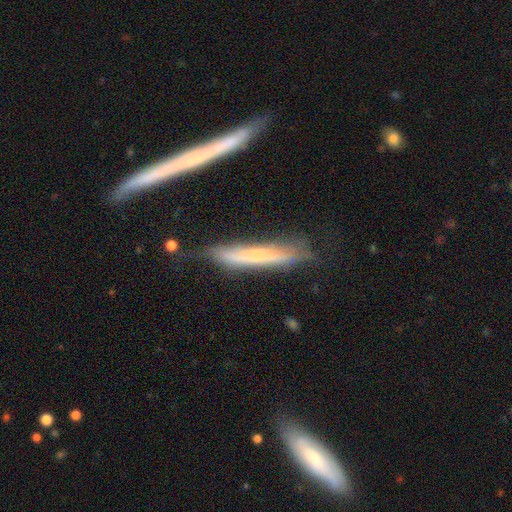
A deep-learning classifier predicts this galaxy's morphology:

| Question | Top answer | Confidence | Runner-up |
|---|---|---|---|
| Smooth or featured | smooth | 53% | featured or disk (41%) |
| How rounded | cigar-shaped | 92% | in between (7%) |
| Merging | none | 65% | minor disturbance (23%) |